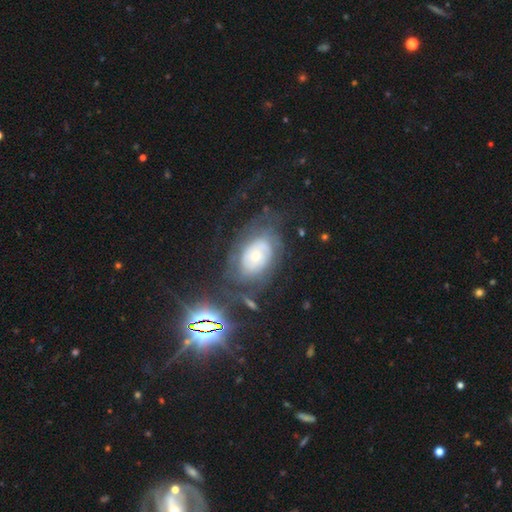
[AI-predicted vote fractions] The model was most divided on "bulge size": small: 53%, moderate: 31%, large: 9%, none: 4%, dominant: 3%. More confident: edge-on disk — no (95%); spiral arms — yes (83%); bar — no (75%); smooth or featured — featured or disk (68%); spiral winding — tight (64%); merging — none (58%); spiral arm count — can't tell (52%).